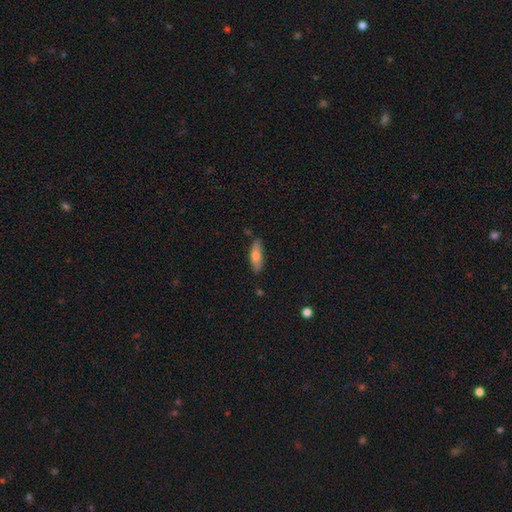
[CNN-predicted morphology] Q: Smooth or featured?
A: smooth (72%); runner-up: featured or disk (22%)
Q: How rounded?
A: in between (54%); runner-up: cigar-shaped (43%)
Q: Merging?
A: none (79%); runner-up: minor disturbance (16%)